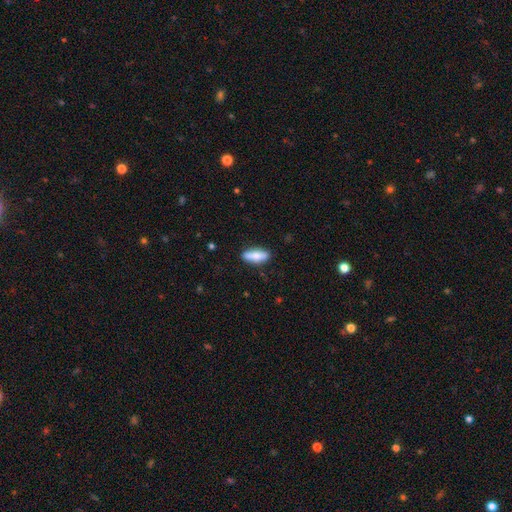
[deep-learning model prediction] A smooth galaxy with no disk features (76%) that is in between round and cigar-shaped (63%).

Vote fractions:
- Smooth or featured? smooth: 76% / featured or disk: 18% / star or artifact: 6%
- How rounded? in between: 63% / cigar-shaped: 34% / round: 2%
- Merging? none: 86% / minor disturbance: 10% / major disturbance: 2% / merger: 1%